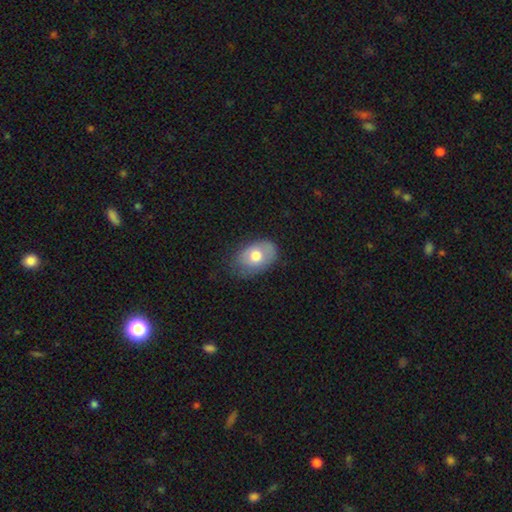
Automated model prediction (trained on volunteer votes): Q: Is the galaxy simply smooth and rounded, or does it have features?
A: smooth — 68%.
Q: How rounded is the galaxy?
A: in between — 82%.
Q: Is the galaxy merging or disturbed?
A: none — 64%.